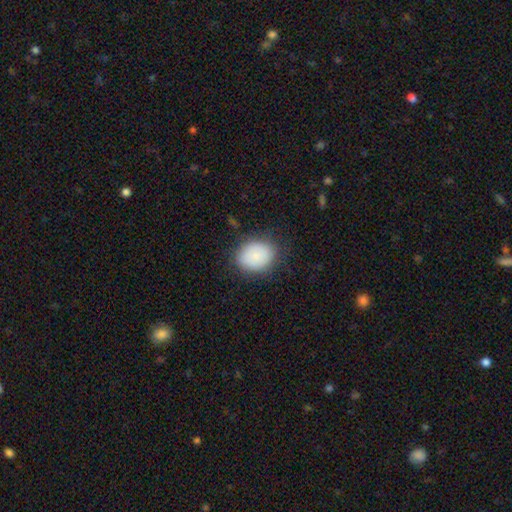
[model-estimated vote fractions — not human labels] Smooth or featured?
  - smooth: 86% *
  - star or artifact: 8%
  - featured or disk: 6%
How rounded?
  - round: 51% *
  - in between: 48%
  - cigar-shaped: 1%
Merging?
  - none: 81% *
  - minor disturbance: 13%
  - major disturbance: 4%
  - merger: 1%